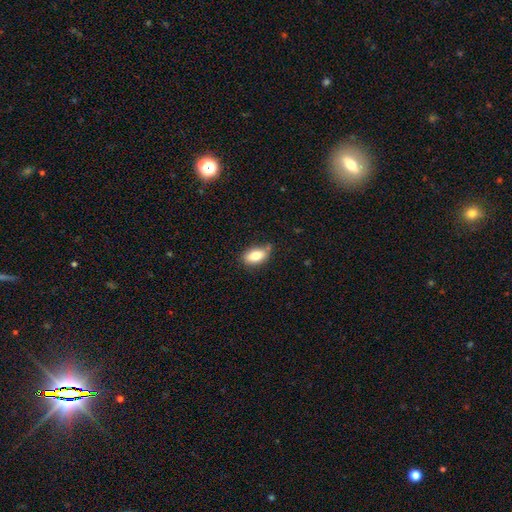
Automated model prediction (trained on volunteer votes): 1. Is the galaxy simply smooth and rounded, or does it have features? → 79% smooth, 13% featured or disk, 8% star or artifact.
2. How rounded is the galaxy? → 89% in between, 6% round, 5% cigar-shaped.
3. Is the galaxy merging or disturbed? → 69% none, 23% minor disturbance, 4% major disturbance, 4% merger.